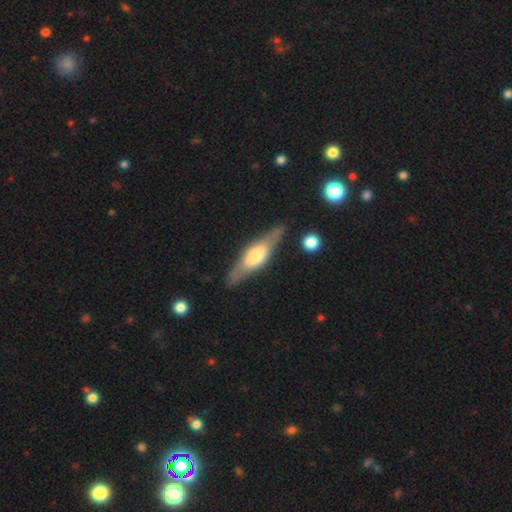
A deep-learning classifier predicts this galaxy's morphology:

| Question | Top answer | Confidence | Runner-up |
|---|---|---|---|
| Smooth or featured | featured or disk | 62% | smooth (33%) |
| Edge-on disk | yes | 90% | no (10%) |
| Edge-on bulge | rounded | 83% | boxy (13%) |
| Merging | none | 83% | minor disturbance (11%) |